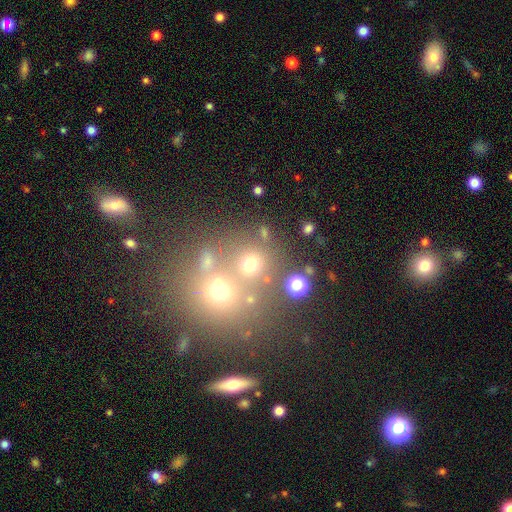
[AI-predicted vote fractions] Overall: smooth (53%; star or artifact 31%). How rounded: round (80%). Merging: none (52%; merger 34%).